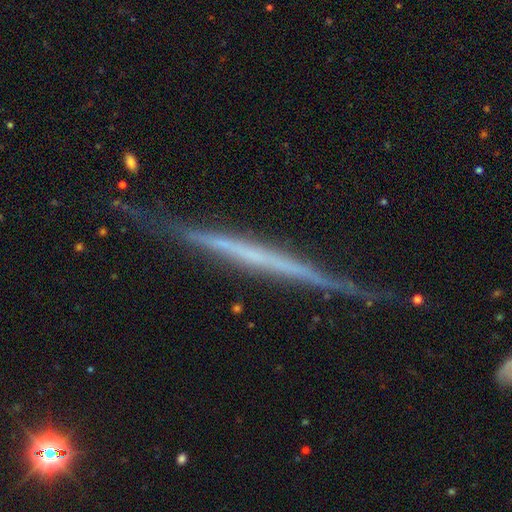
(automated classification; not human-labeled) Morphology: type=featured or disk (74%); edge-on=yes (97%); edge-on bulge=none (88%); merging=none (83%).